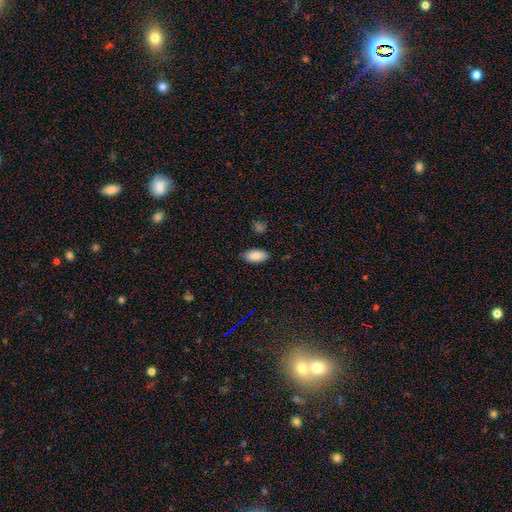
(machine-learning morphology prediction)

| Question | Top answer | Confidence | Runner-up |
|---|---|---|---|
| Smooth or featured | smooth | 87% | star or artifact (8%) |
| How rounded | in between | 92% | cigar-shaped (5%) |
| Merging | none | 83% | minor disturbance (13%) |